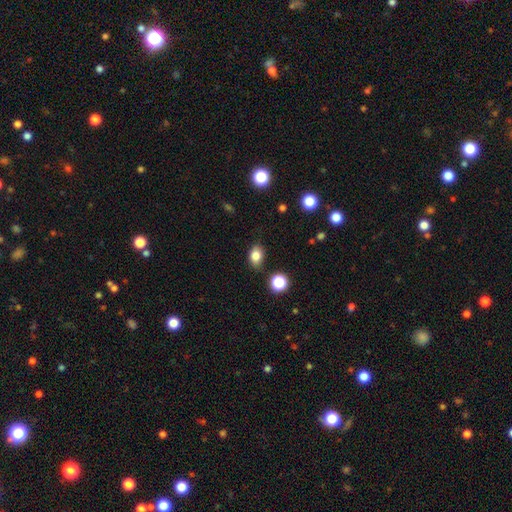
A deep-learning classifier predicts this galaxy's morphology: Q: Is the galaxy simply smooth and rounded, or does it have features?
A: smooth — 82%.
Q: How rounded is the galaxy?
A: in between — 71%.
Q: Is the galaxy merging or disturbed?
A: none — 81%.